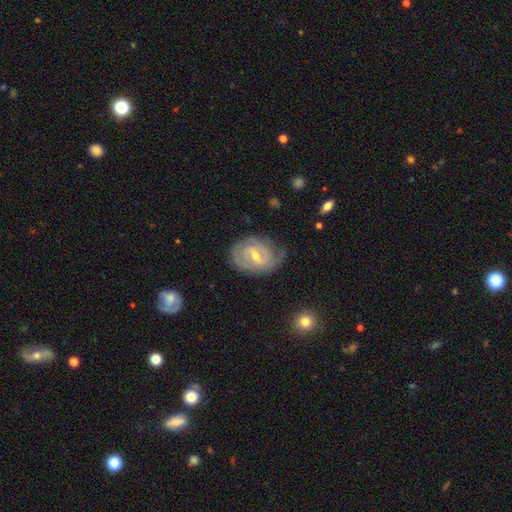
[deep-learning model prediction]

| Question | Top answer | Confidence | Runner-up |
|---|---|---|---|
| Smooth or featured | featured or disk | 81% | smooth (13%) |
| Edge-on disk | no | 96% | yes (4%) |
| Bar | weak | 53% | strong (29%) |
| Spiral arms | yes | 89% | no (11%) |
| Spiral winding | tight | 65% | medium (27%) |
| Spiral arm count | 2 | 47% | can't tell (30%) |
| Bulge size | moderate | 54% | small (43%) |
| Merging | none | 66% | minor disturbance (24%) |